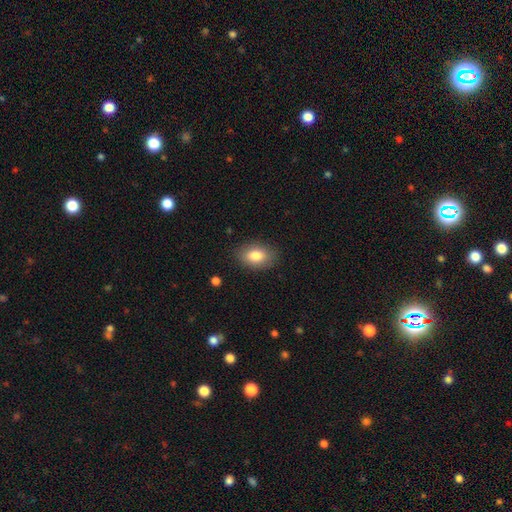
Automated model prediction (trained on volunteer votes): Smooth or featured: smooth — 82% (featured or disk — 10%)
How rounded: in between — 84% (round — 14%)
Merging: none — 86% (minor disturbance — 10%)